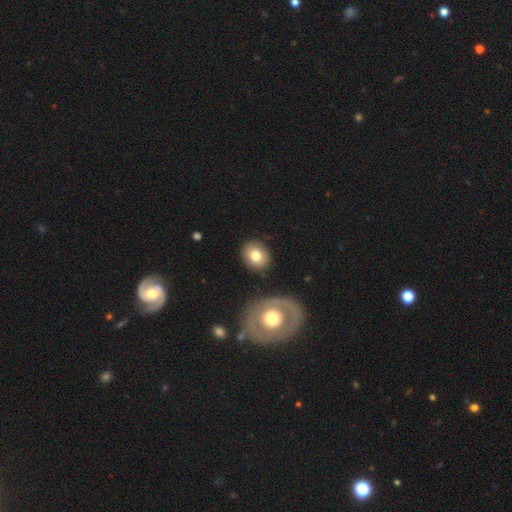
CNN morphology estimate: Smooth or featured: smooth — 78% (featured or disk — 15%)
How rounded: round — 67% (in between — 32%)
Merging: none — 85% (minor disturbance — 8%)